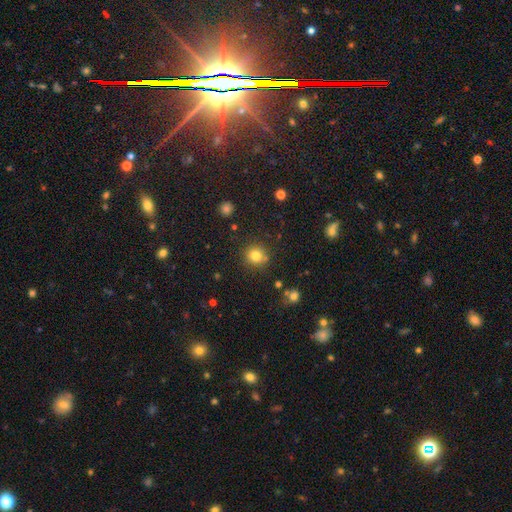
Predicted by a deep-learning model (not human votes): Morphology: type=smooth (80%); roundness=round (90%); merging=none (84%).